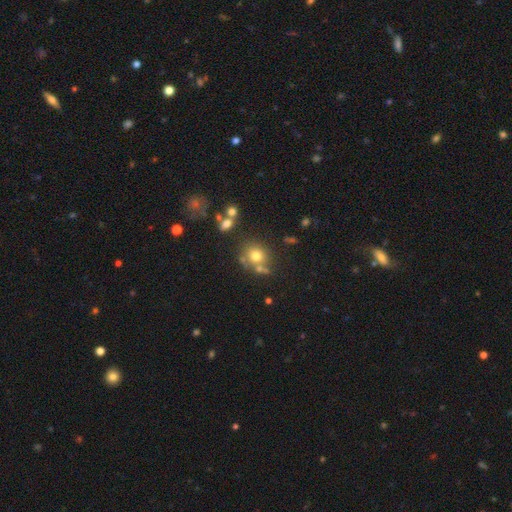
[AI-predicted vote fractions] Smooth or featured? Predicted: smooth (p=0.72). How rounded? Predicted: round (p=0.83). Merging? Predicted: none (p=0.61).